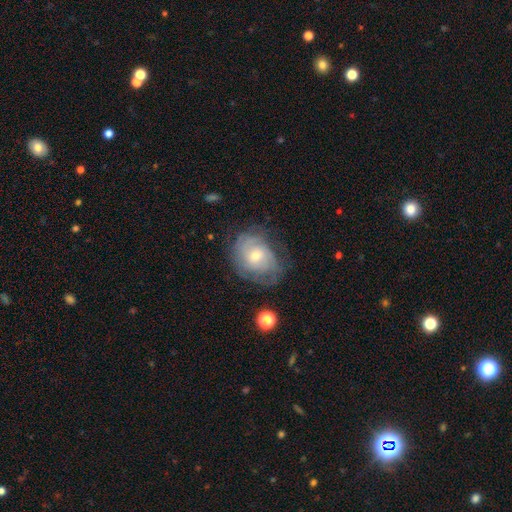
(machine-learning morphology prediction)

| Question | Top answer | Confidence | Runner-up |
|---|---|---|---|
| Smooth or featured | featured or disk | 64% | smooth (28%) |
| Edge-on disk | no | 96% | yes (4%) |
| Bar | no | 69% | weak (27%) |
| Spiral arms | yes | 79% | no (21%) |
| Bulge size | moderate | 50% | small (45%) |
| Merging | none | 58% | minor disturbance (26%) |